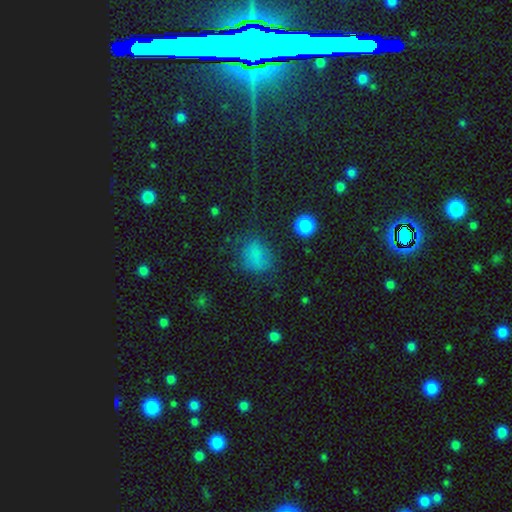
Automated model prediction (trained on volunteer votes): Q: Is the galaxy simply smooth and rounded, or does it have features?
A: smooth — 73%.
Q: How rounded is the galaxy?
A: round — 55%.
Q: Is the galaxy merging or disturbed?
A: none — 66%.